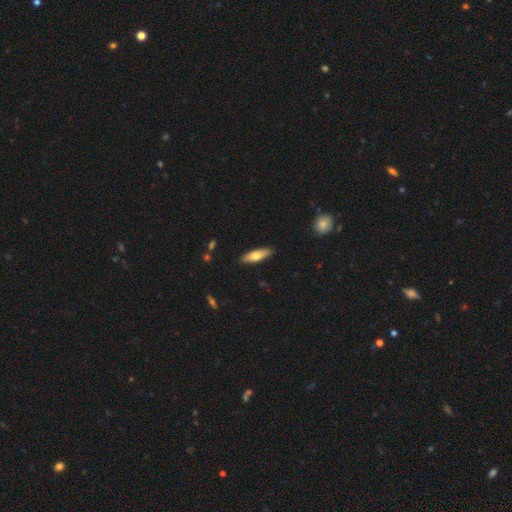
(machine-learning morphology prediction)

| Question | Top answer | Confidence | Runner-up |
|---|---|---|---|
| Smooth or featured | smooth | 67% | featured or disk (27%) |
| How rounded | cigar-shaped | 51% | in between (47%) |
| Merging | none | 88% | minor disturbance (9%) |